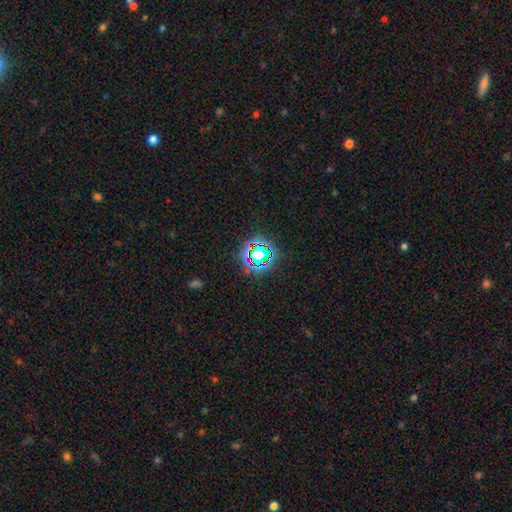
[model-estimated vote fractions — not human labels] A star or artifact, not a galaxy (63%).

Vote fractions:
- Smooth or featured? star or artifact: 63% / smooth: 25% / featured or disk: 12%